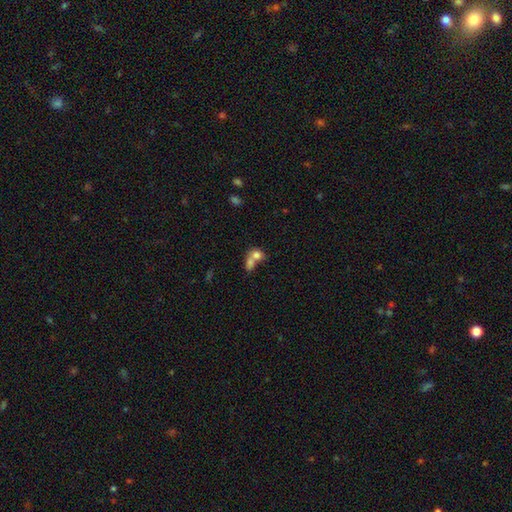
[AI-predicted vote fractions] A smooth galaxy with no disk features (72%) that is round (49%, tied with in between).

Vote fractions:
- Smooth or featured? smooth: 72% / featured or disk: 17% / star or artifact: 11%
- How rounded? round: 49% (tied) / in between: 49% (tied) / cigar-shaped: 2%
- Merging? merger: 68% / none: 21% / minor disturbance: 6% / major disturbance: 5%